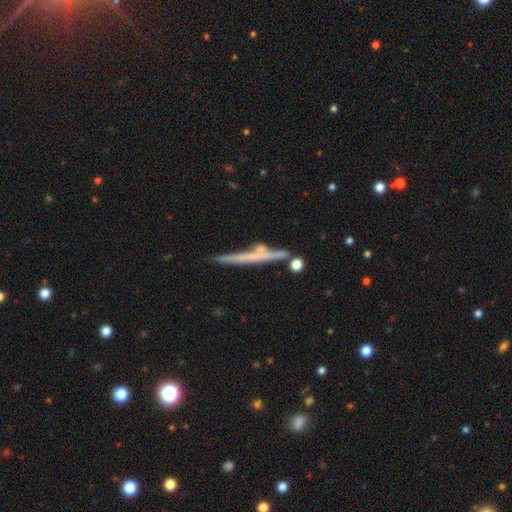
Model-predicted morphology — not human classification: Smooth or featured?
  - featured or disk: 56% *
  - smooth: 36%
  - star or artifact: 7%
Edge-on disk?
  - yes: 95% *
  - no: 5%
Edge-on bulge?
  - none: 77% *
  - rounded: 17%
  - boxy: 6%
Merging?
  - none: 74% *
  - minor disturbance: 13%
  - merger: 9%
  - major disturbance: 3%